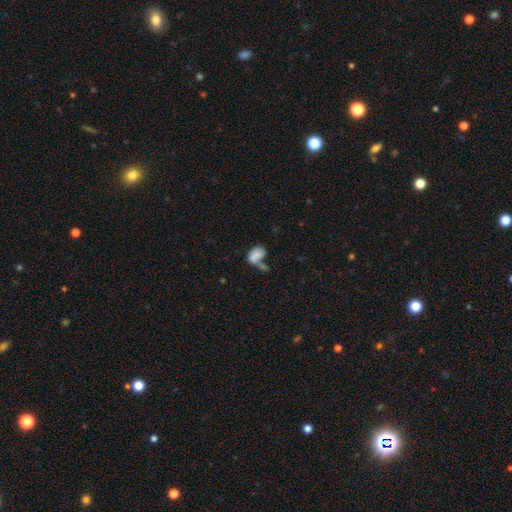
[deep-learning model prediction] Overall: smooth (72%). How rounded: in between (86%). Merging: merger (47%; none 22%).